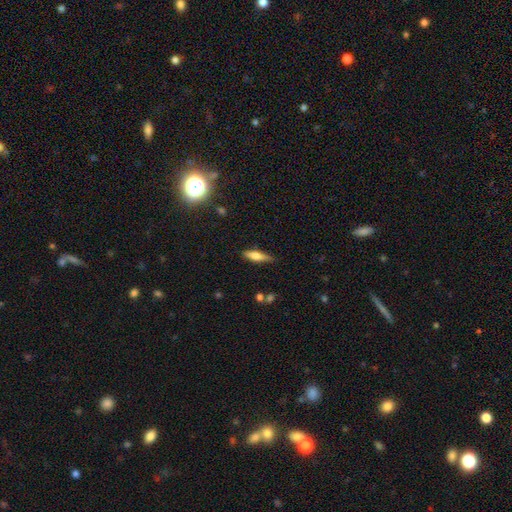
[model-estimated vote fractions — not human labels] This is possibly a smooth galaxy (57%). How rounded: likely cigar-shaped (62%). Merging: likely none (79%).